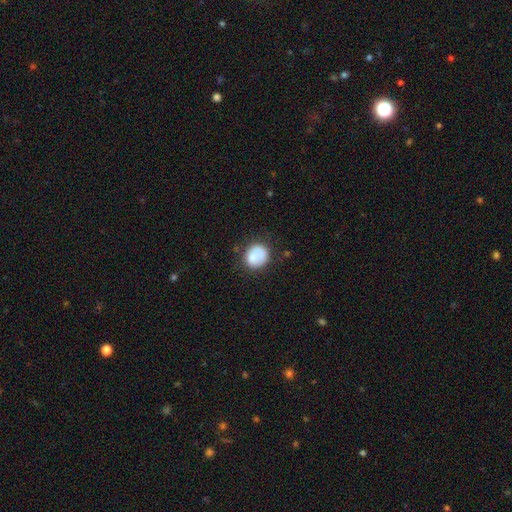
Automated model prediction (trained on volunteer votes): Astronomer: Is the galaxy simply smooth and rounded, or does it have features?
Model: smooth — 78%.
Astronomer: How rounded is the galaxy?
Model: round — 73%.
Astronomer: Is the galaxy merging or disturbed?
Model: none — 63%.